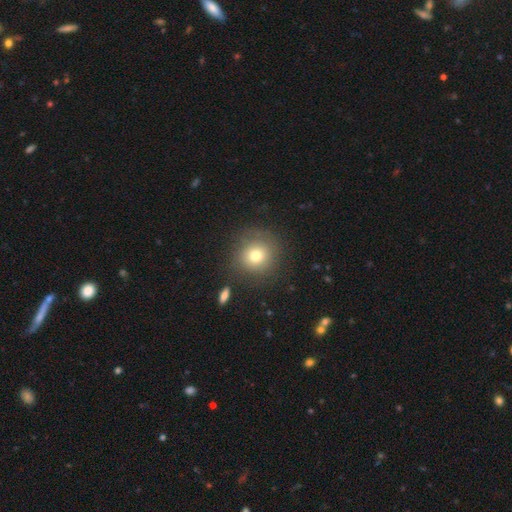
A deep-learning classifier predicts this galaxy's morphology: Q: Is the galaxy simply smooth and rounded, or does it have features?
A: smooth — 74%.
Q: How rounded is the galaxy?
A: round — 92%.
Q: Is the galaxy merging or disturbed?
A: none — 81%.